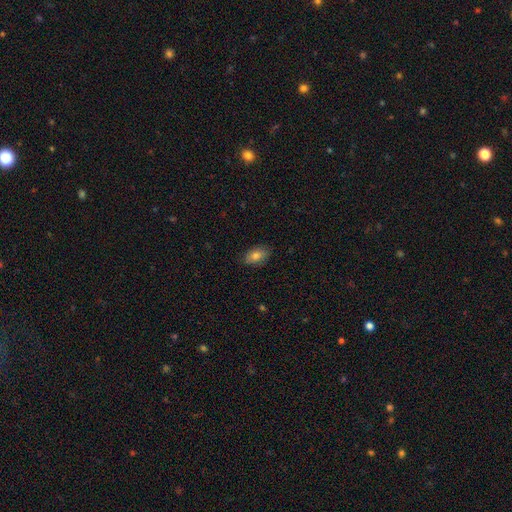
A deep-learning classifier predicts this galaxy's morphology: Smooth or featured? smooth (81%)
How rounded? in between (90%)
Merging? none (82%)